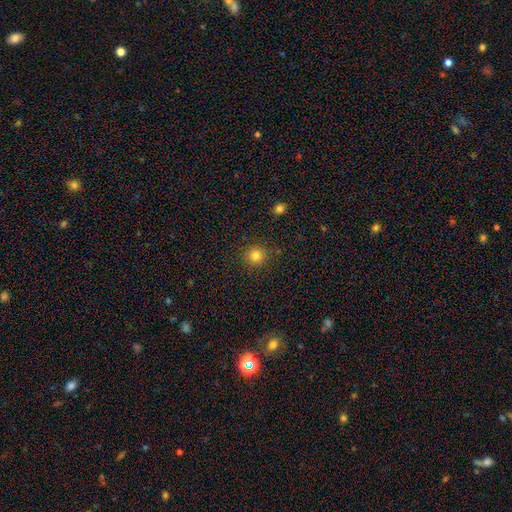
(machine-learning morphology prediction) Q: Smooth or featured?
A: smooth (82%); runner-up: star or artifact (12%)
Q: How rounded?
A: round (93%); runner-up: in between (6%)
Q: Merging?
A: none (89%); runner-up: minor disturbance (7%)